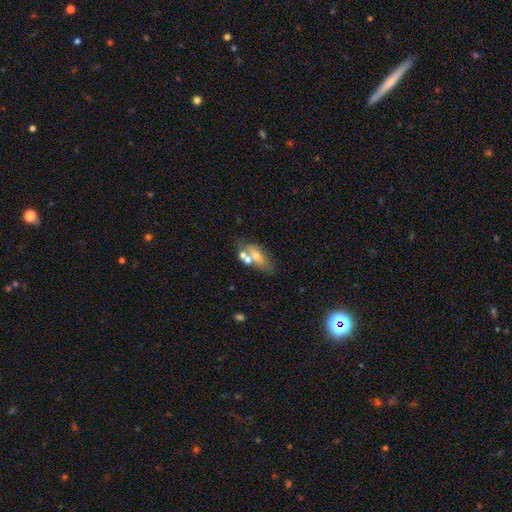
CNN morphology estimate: Smooth or featured? smooth (52%)
How rounded? in between (75%)
Merging? none (46%)